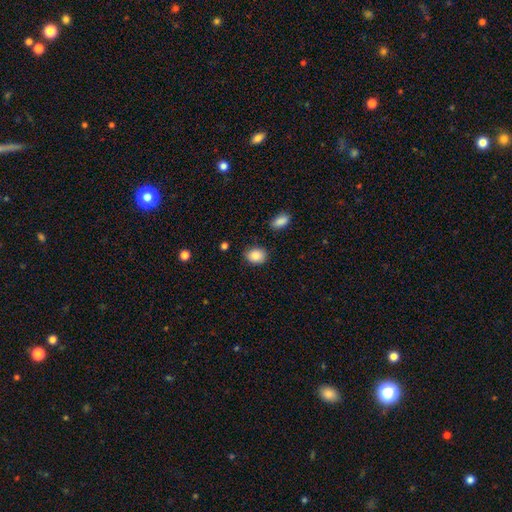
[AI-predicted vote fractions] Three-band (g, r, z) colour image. It shows a smooth galaxy with no disk features (88%) that is round (50%). Merging: none (83%).